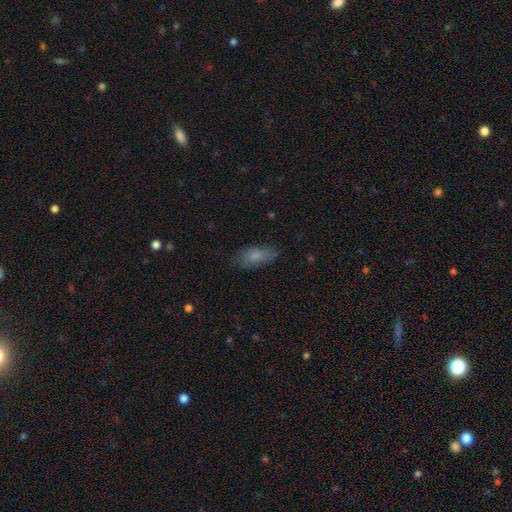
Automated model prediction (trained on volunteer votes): smooth 78%, featured or disk 14%, star or artifact 8%. Down the decision tree: how rounded — in between (82%); merging — none (75%).